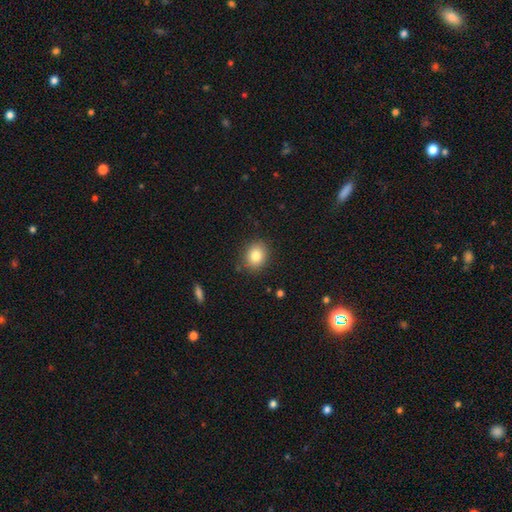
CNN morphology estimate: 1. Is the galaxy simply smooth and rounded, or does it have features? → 84% smooth, 9% star or artifact, 7% featured or disk.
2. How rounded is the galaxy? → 60% round, 39% in between, 1% cigar-shaped.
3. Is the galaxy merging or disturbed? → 85% none, 10% minor disturbance, 3% major disturbance, 2% merger.